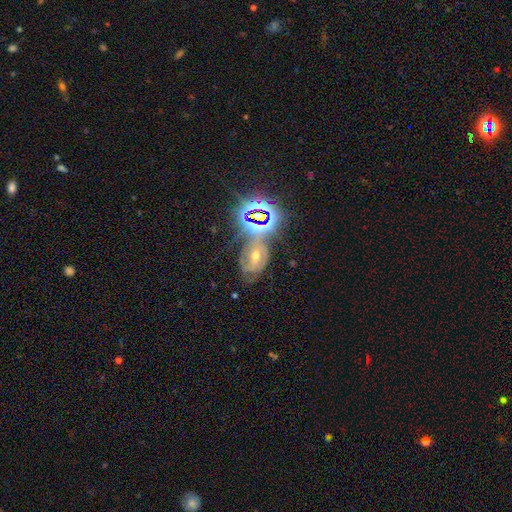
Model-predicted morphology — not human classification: A star or artifact, not a galaxy (49%).